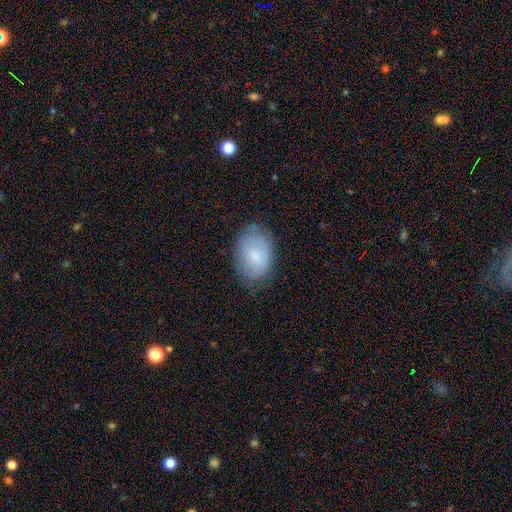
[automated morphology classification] Overall: smooth (71%). How rounded: in between (88%). Merging: none (70%).